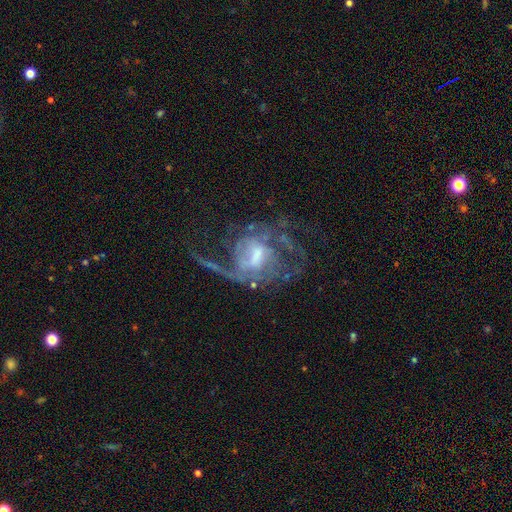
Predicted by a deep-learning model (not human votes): Smooth or featured?
  - featured or disk: 83% *
  - smooth: 9%
  - star or artifact: 8%
Edge-on disk?
  - no: 97% *
  - yes: 3%
Bar?
  - weak: 50% *
  - no: 29%
  - strong: 21%
Spiral arms?
  - yes: 85% *
  - no: 15%
Spiral winding?
  - loose: 43% *
  - medium: 39%
  - tight: 17%
Spiral arm count?
  - 2: 36% *
  - can't tell: 26%
  - 1: 16%
  - 3: 11%
  - 4: 6%
  - more than 4: 5%
Bulge size?
  - moderate: 43% *
  - small: 29%
  - large: 14%
  - none: 12%
  - dominant: 2%
Merging?
  - major disturbance: 44% *
  - none: 37%
  - minor disturbance: 15%
  - merger: 4%